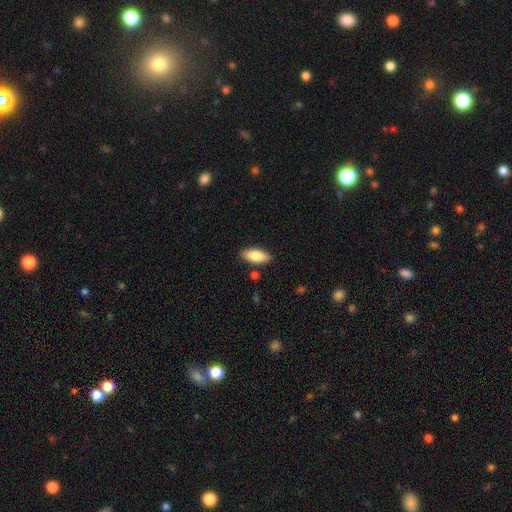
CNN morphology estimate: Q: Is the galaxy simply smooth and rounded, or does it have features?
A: smooth — 83%.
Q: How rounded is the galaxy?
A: in between — 83%.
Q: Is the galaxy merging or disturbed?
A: none — 86%.